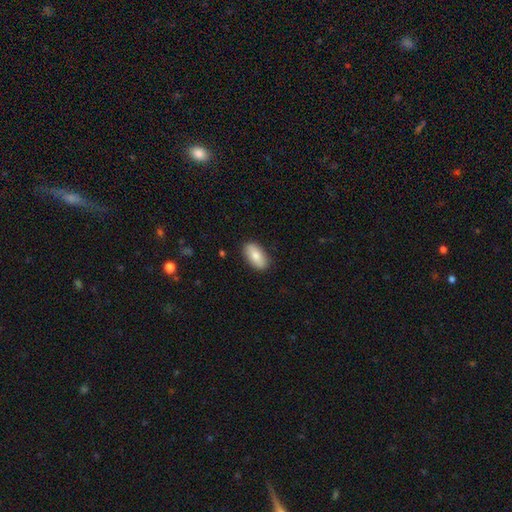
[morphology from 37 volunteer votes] Overall: smooth (78%). How rounded: in between (90%). Merging: none (89%).